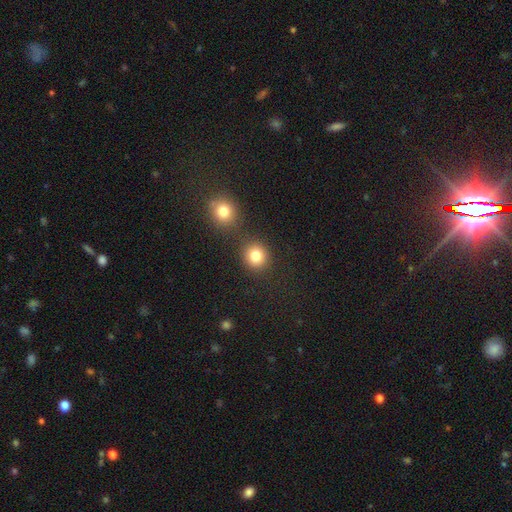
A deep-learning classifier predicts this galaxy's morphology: smooth_or_featured: smooth (p=0.82) [alt: star or artifact p=0.12]
how_rounded: round (p=0.87) [alt: in between p=0.12]
merging: none (p=0.77) [alt: merger p=0.13]